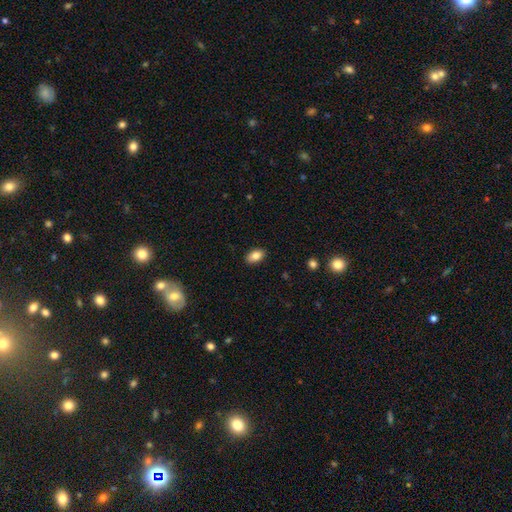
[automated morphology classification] This is clearly a smooth galaxy (83%). How rounded: clearly in between (90%). Merging: clearly none (88%).